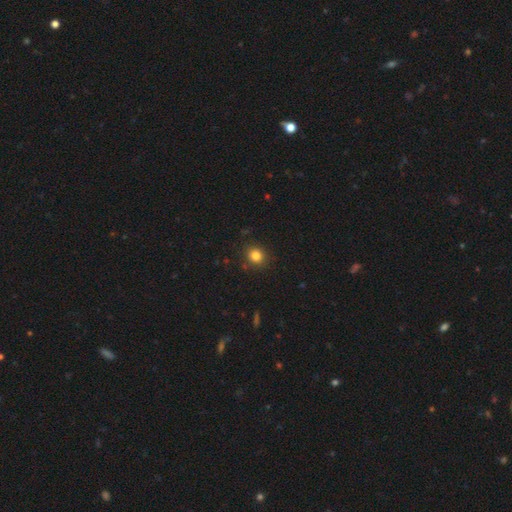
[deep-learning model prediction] smooth 82%, star or artifact 12%, featured or disk 5%. Down the decision tree: how rounded — round (77%); merging — none (88%).